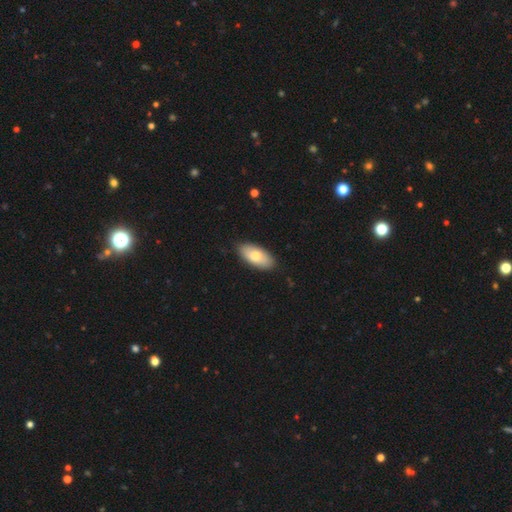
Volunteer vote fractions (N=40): Smooth or featured?
  - smooth: 75% *
  - featured or disk: 22%
  - star or artifact: 2%
How rounded?
  - in between: 93% *
  - round: 3%
  - cigar-shaped: 3%
Merging?
  - none: 95% *
  - minor disturbance: 5%
  - major disturbance: 0%
  - merger: 0%